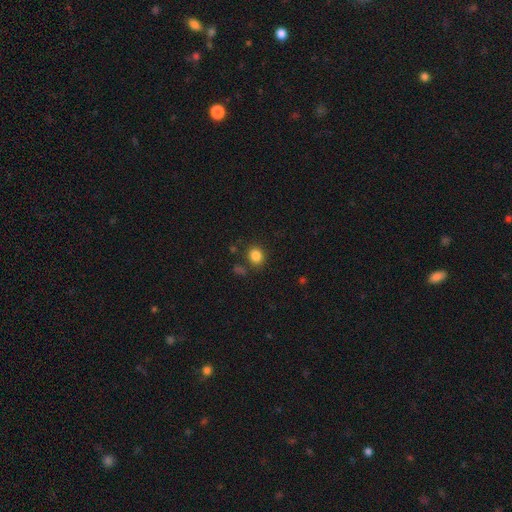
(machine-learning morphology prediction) Smooth or featured: smooth — 85% (star or artifact — 11%)
How rounded: round — 63% (in between — 36%)
Merging: none — 81% (minor disturbance — 11%)